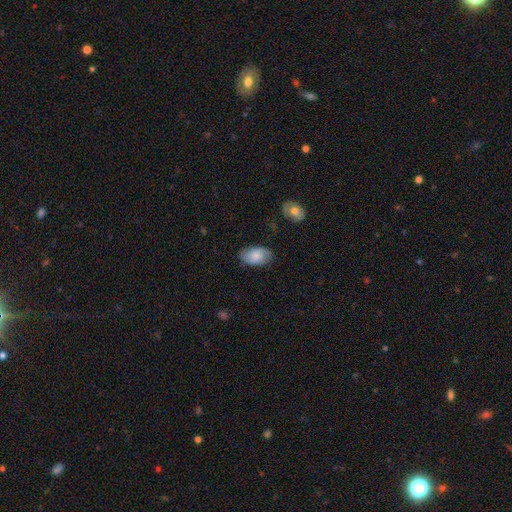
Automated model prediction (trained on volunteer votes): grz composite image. It shows a smooth galaxy with no disk features (69%) that is in between round and cigar-shaped (92%). Merging: none (76%).